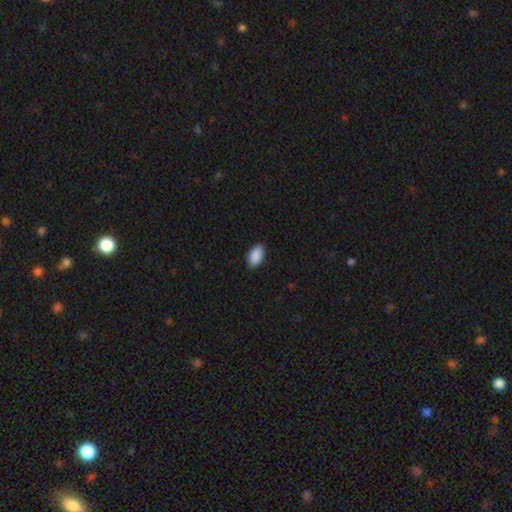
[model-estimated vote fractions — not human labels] Smooth or featured: smooth — 91% (star or artifact — 6%)
How rounded: in between — 95% (round — 3%)
Merging: none — 89% (minor disturbance — 8%)